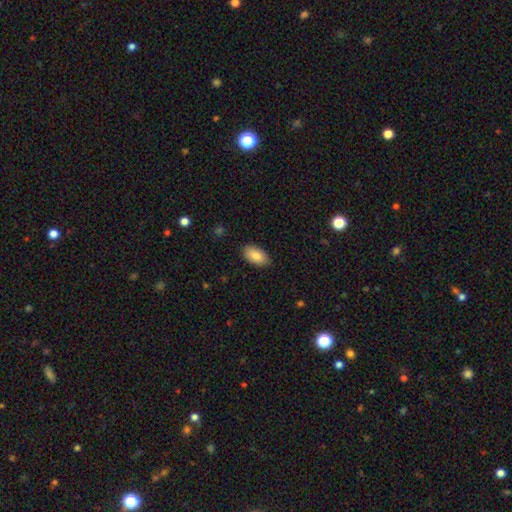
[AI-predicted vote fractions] Smooth or featured?
  - smooth: 86% *
  - featured or disk: 8%
  - star or artifact: 7%
How rounded?
  - in between: 94% *
  - round: 3%
  - cigar-shaped: 2%
Merging?
  - none: 87% *
  - minor disturbance: 10%
  - major disturbance: 2%
  - merger: 1%